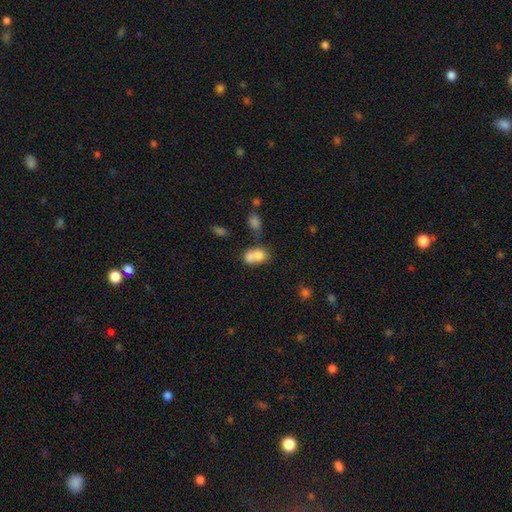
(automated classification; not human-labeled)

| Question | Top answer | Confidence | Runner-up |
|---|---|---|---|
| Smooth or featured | smooth | 74% | featured or disk (16%) |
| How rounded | in between | 54% | round (44%) |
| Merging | merger | 68% | none (21%) |